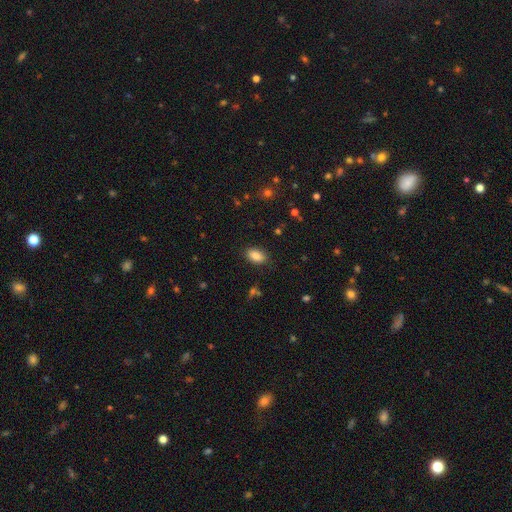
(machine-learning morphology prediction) This is clearly a smooth galaxy (87%). How rounded: clearly in between (91%). Merging: clearly none (86%).